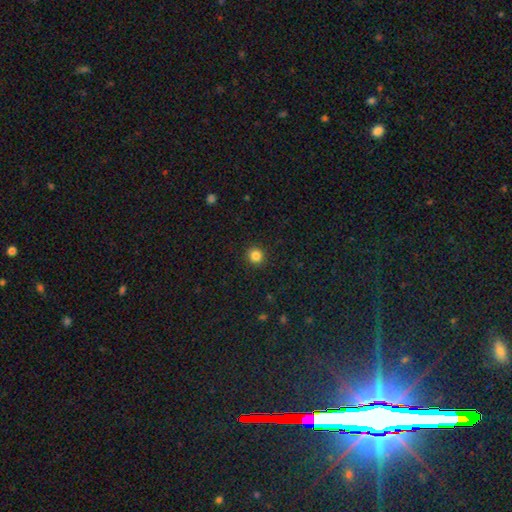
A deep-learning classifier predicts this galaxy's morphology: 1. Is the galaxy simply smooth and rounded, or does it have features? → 85% smooth, 11% star or artifact, 4% featured or disk.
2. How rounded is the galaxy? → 92% round, 8% in between, 1% cigar-shaped.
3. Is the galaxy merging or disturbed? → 92% none, 5% minor disturbance, 2% major disturbance, 1% merger.